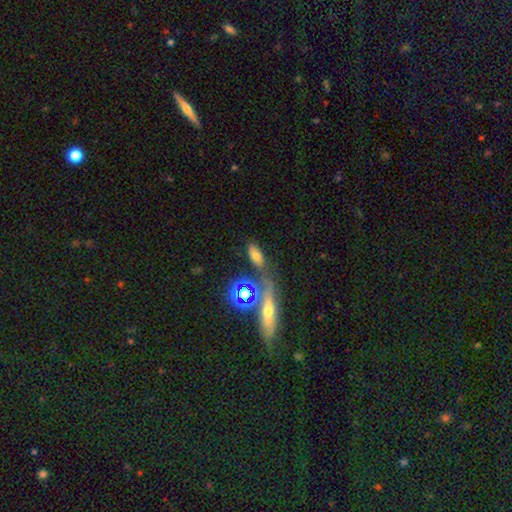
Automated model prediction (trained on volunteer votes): Smooth or featured?
  - smooth: 62% *
  - star or artifact: 20%
  - featured or disk: 18%
How rounded?
  - in between: 73% *
  - cigar-shaped: 19%
  - round: 8%
Merging?
  - none: 64% *
  - minor disturbance: 15%
  - merger: 15%
  - major disturbance: 6%